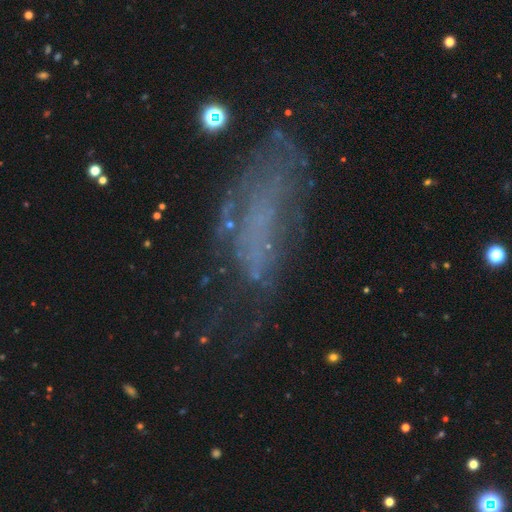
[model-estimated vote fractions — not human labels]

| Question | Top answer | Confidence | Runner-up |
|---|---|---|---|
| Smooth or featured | featured or disk | 51% | smooth (28%) |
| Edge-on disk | no | 88% | yes (12%) |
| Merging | none | 45% | major disturbance (30%) |